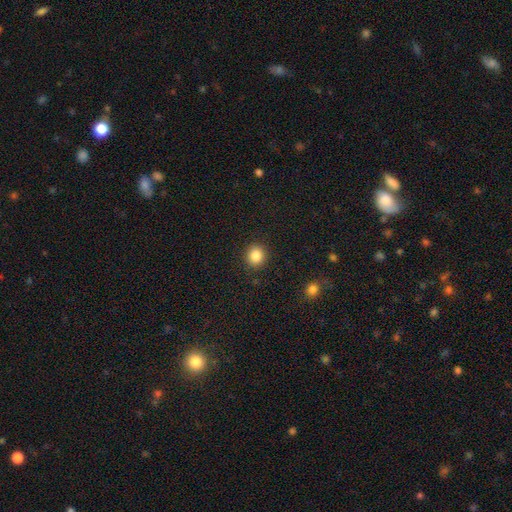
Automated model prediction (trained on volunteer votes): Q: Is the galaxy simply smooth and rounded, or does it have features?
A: smooth — 85%.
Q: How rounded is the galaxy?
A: round — 88%.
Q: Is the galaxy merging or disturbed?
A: none — 91%.